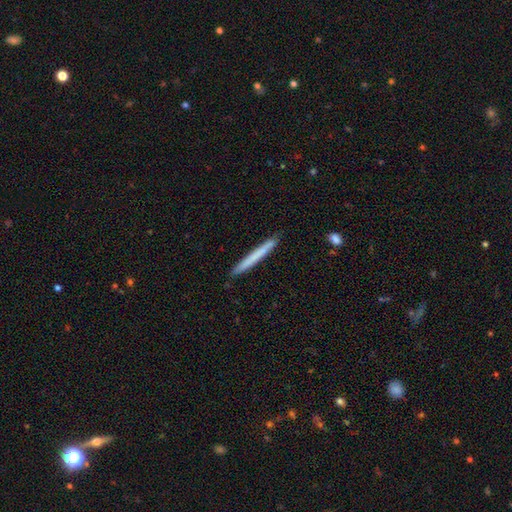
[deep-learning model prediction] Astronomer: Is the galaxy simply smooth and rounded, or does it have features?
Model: smooth — 66%.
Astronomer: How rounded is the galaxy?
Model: cigar-shaped — 97%.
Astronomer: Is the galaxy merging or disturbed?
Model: none — 90%.